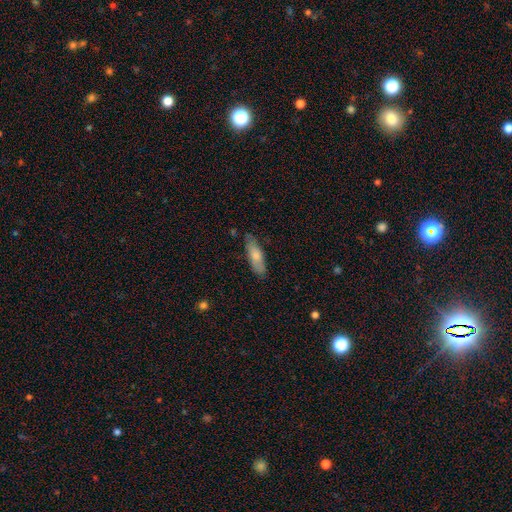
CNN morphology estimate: type=smooth (73%); roundness=in between (54%); merging=none (75%).